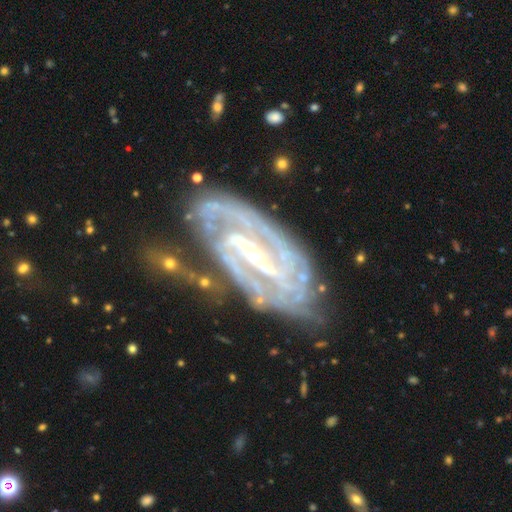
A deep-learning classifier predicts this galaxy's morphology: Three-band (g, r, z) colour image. It shows a featured or disk galaxy (91%) with a strong bar (55%), 2 (48%) tight (63%) spiral arms (97%) and a small central bulge (74%). Merging: none (66%).